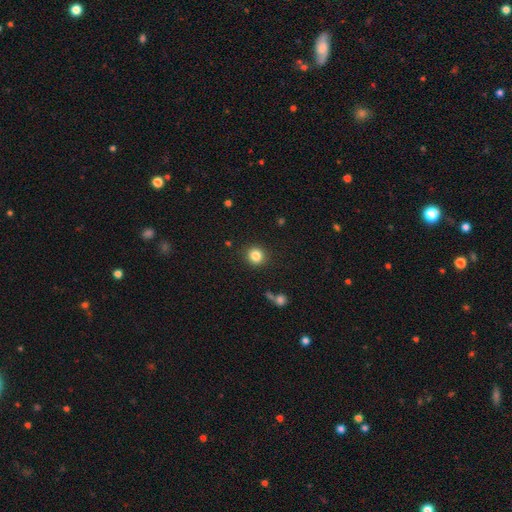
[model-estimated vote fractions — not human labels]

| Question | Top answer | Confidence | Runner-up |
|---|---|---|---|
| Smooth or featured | smooth | 83% | star or artifact (11%) |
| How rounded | round | 91% | in between (8%) |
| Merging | none | 89% | minor disturbance (6%) |